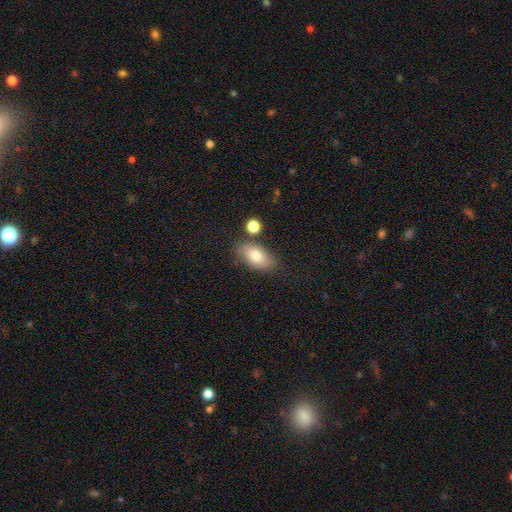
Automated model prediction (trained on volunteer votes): smooth-or-featured: smooth: 77% | featured or disk: 15% | star or artifact: 8%
  how-rounded: in between: 90% | round: 5% | cigar-shaped: 5%
  merging: none: 77% | minor disturbance: 13% | merger: 7% | major disturbance: 3%